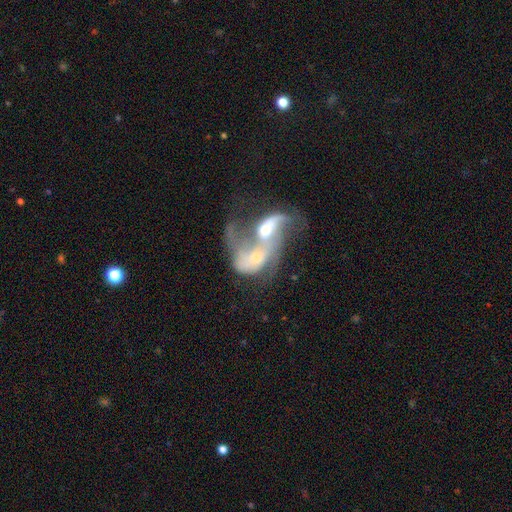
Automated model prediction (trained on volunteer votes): Morphology: type=featured or disk (75%); edge-on=no (96%); bar=no (56%); spiral arms=yes (78%); winding=loose (61%); arm count=2 (64%); bulge=moderate (56%); merging=merger (83%).